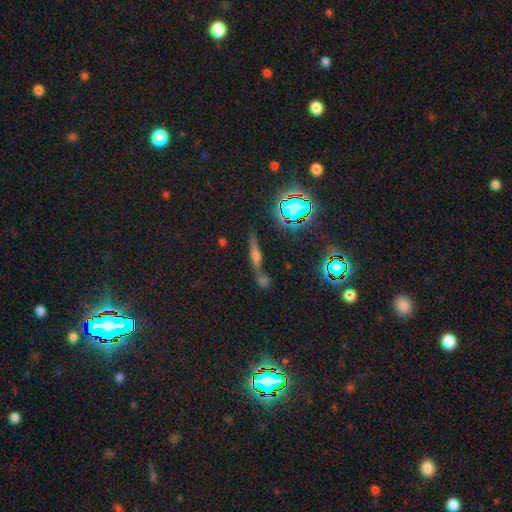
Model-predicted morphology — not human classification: Smooth or featured: featured or disk — 48% (smooth — 28%)
Merging: none — 62% (merger — 19%)